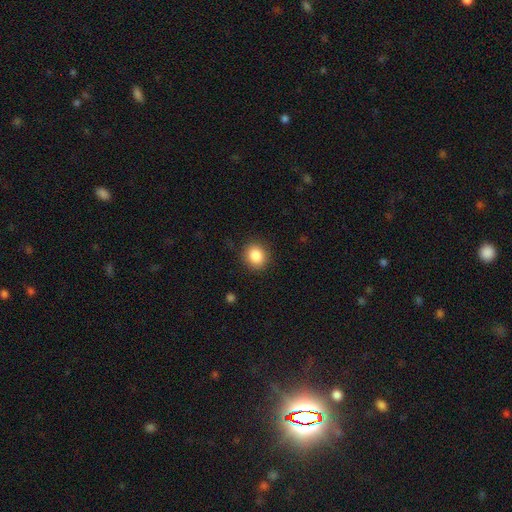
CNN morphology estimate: smooth_or_featured: smooth (p=0.86) [alt: star or artifact p=0.09]
how_rounded: round (p=0.76) [alt: in between p=0.23]
merging: none (p=0.89) [alt: minor disturbance p=0.08]